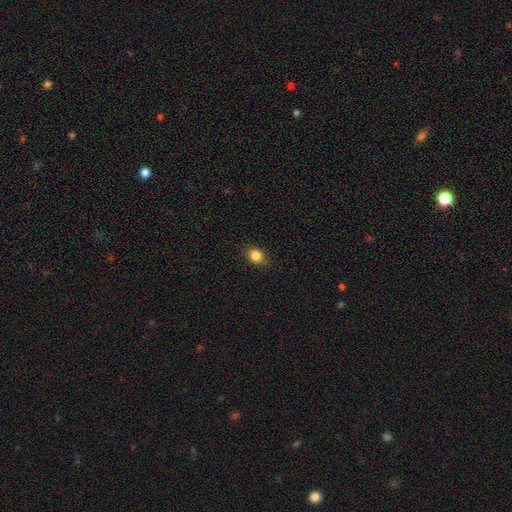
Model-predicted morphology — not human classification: Smooth or featured: smooth — 85% (star or artifact — 10%)
How rounded: in between — 55% (round — 44%)
Merging: none — 87% (minor disturbance — 10%)